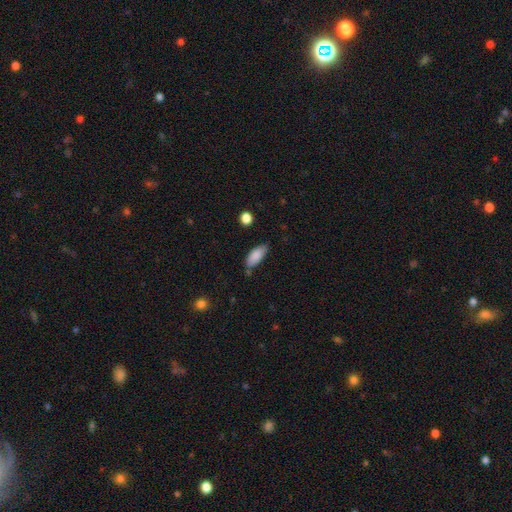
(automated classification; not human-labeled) smooth_or_featured: smooth (p=0.87) [alt: star or artifact p=0.07]
how_rounded: in between (p=0.84) [alt: cigar-shaped p=0.14]
merging: none (p=0.66) [alt: minor disturbance p=0.24]